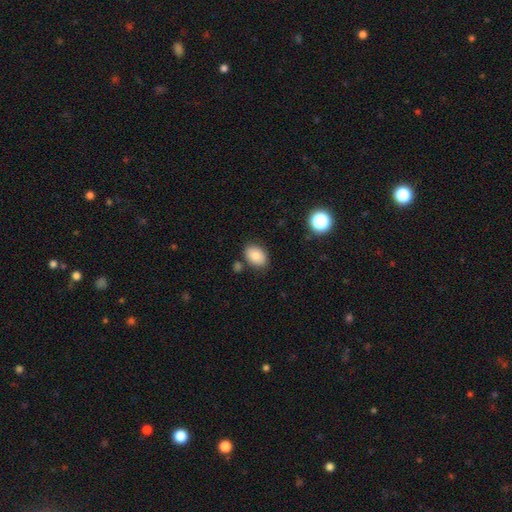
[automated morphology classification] smooth-or-featured: smooth: 83% | star or artifact: 9% | featured or disk: 8%
  how-rounded: in between: 78% | round: 21% | cigar-shaped: 1%
  merging: none: 79% | minor disturbance: 12% | merger: 6% | major disturbance: 3%